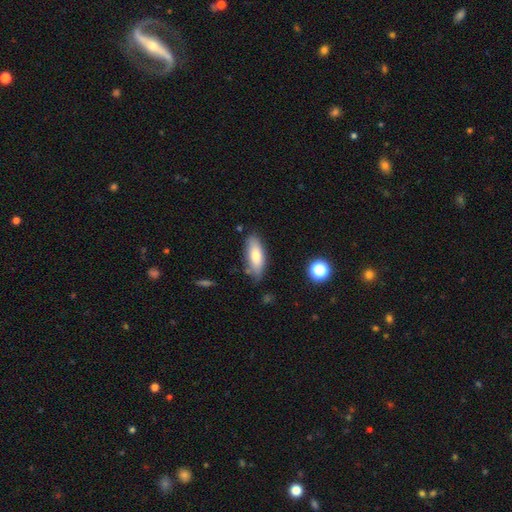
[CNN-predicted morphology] Q: Smooth or featured?
A: smooth (77%); runner-up: featured or disk (17%)
Q: How rounded?
A: in between (71%); runner-up: cigar-shaped (27%)
Q: Merging?
A: none (77%); runner-up: minor disturbance (17%)